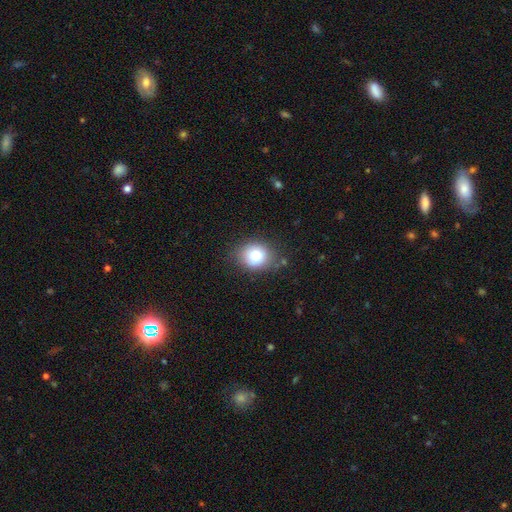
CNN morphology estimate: This is clearly a smooth galaxy (81%). How rounded: likely round (67%). Merging: likely none (79%).